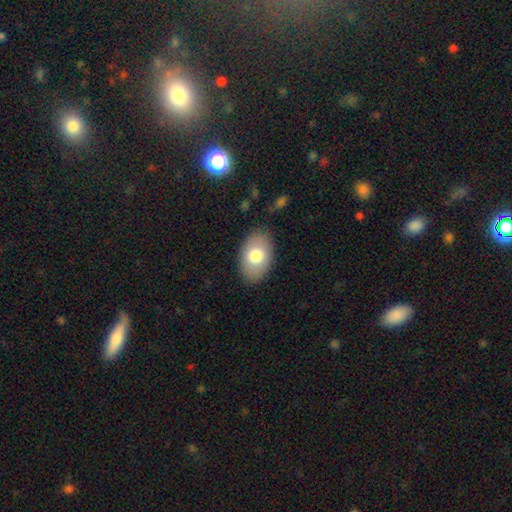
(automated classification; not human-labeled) Smooth or featured: smooth — 76% (featured or disk — 18%)
How rounded: in between — 90% (round — 9%)
Merging: none — 85% (minor disturbance — 11%)